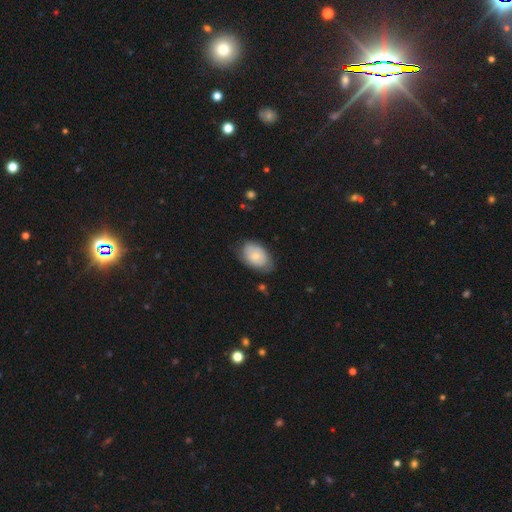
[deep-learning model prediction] smooth_or_featured: smooth (p=0.72) [alt: featured or disk p=0.22]
how_rounded: in between (p=0.90) [alt: round p=0.09]
merging: none (p=0.68) [alt: minor disturbance p=0.25]